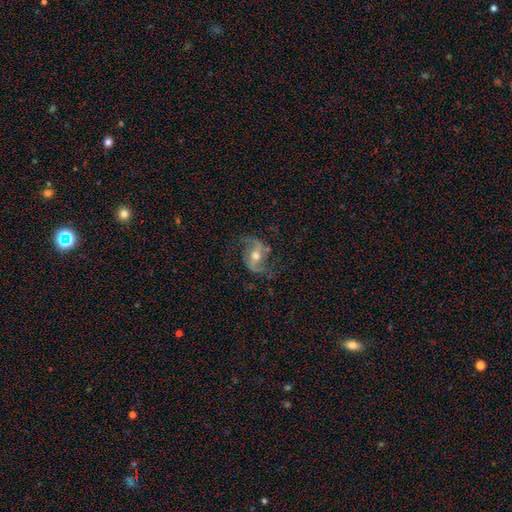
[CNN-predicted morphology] smooth-or-featured: featured or disk: 83% | smooth: 9% | star or artifact: 7%
  disk-edge-on: no: 96% | yes: 4%
    bar: weak: 40% | no: 33% | strong: 27%
    has-spiral-arms: yes: 95% | no: 5%
      spiral-winding: loose: 52% | medium: 39% | tight: 9%
      spiral-arm-count: 2: 91% | can't tell: 3% | 1: 2% | 3: 1% | 4: 1% | more than 4: 1%
    bulge-size: moderate: 72% | small: 18% | large: 8% | none: 1% | dominant: 1%
  merging: none: 72% | minor disturbance: 16% | major disturbance: 10% | merger: 2%